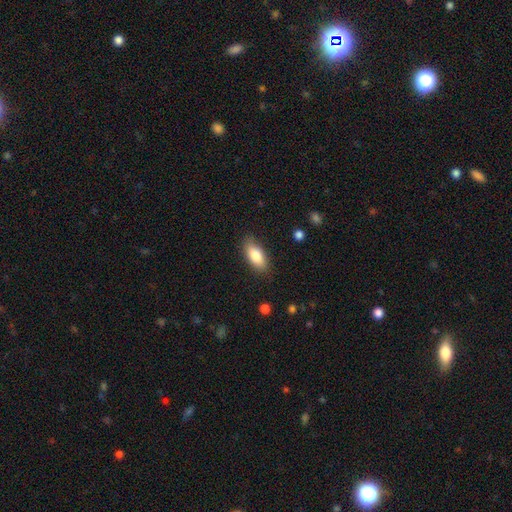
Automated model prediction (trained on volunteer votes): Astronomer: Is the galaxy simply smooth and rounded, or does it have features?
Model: smooth — 83%.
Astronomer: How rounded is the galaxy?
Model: in between — 86%.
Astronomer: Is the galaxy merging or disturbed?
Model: none — 84%.